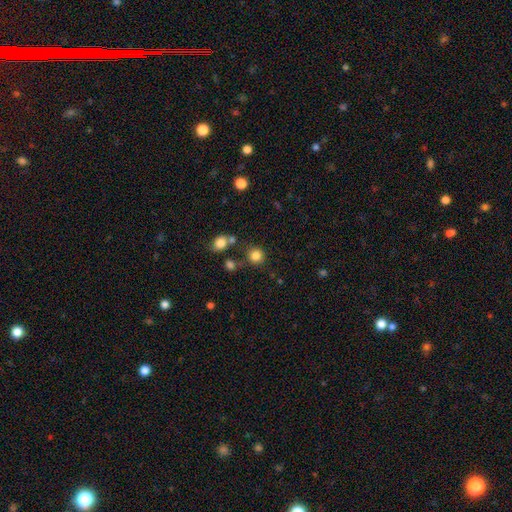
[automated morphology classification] Smooth or featured: smooth — 83% (star or artifact — 12%)
How rounded: round — 90% (in between — 9%)
Merging: none — 76% (minor disturbance — 10%)